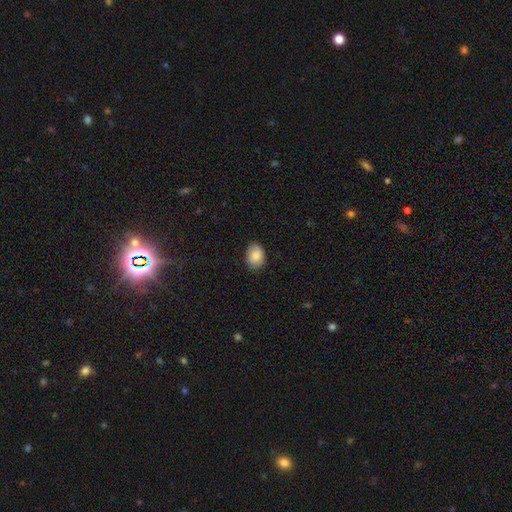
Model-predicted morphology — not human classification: Smooth or featured: smooth — 87% (star or artifact — 7%)
How rounded: in between — 78% (round — 21%)
Merging: none — 83% (minor disturbance — 13%)